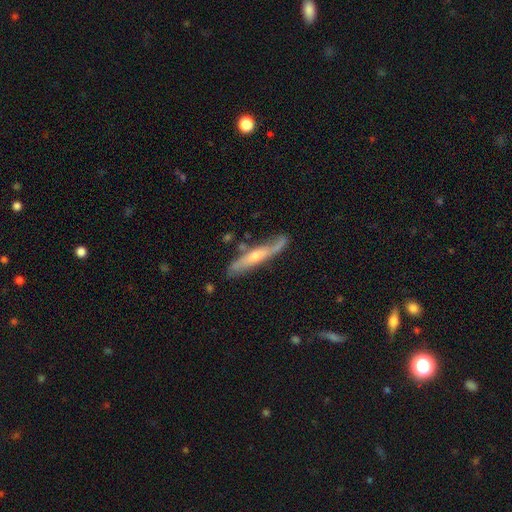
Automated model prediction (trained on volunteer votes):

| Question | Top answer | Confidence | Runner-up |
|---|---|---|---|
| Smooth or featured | featured or disk | 64% | smooth (31%) |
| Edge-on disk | yes | 68% | no (32%) |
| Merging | none | 67% | minor disturbance (22%) |